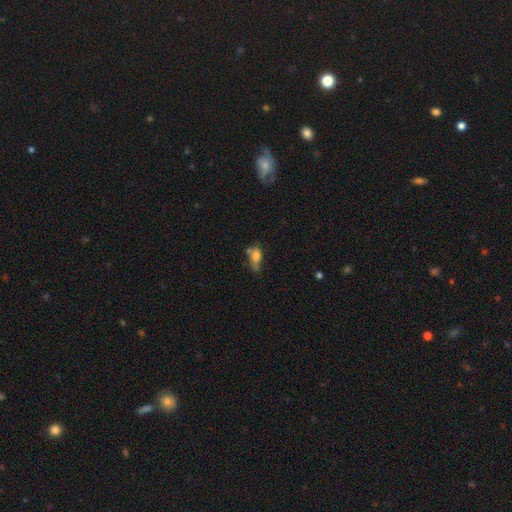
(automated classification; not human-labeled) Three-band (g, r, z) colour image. It shows a smooth galaxy with no disk features (70%) that is in between round and cigar-shaped (79%). Merging: minor disturbance (29%).